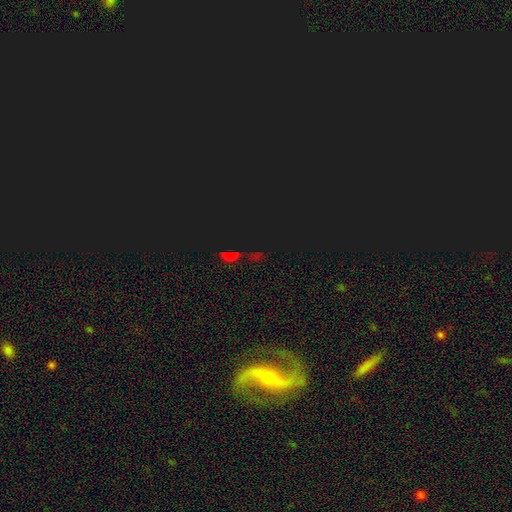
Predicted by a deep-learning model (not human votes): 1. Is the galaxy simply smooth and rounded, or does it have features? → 76% star or artifact, 17% smooth, 8% featured or disk.